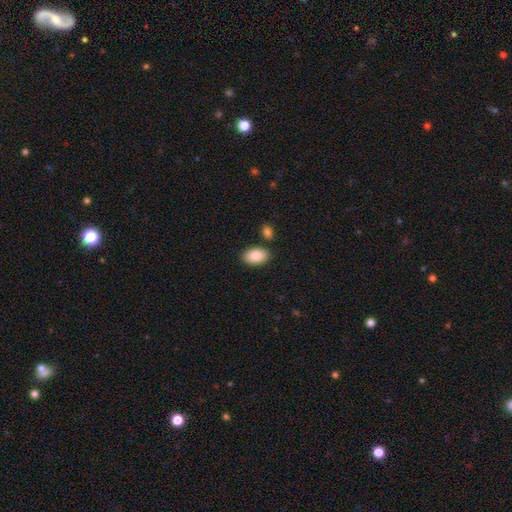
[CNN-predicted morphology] type=smooth (87%); roundness=in between (92%); merging=none (82%).